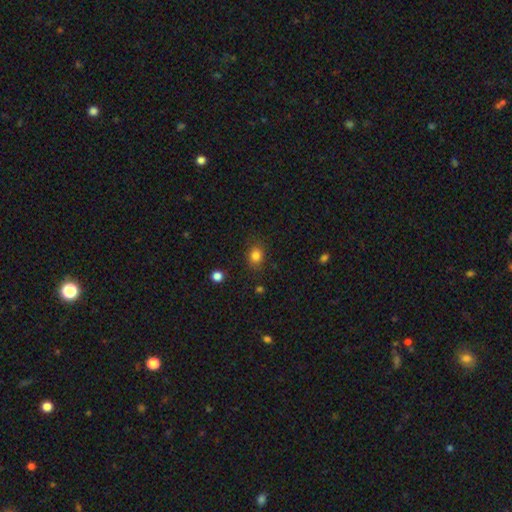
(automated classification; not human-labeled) This appears to be a smooth galaxy with no disk features (83%) that is round (57%). Merging: none (82%).